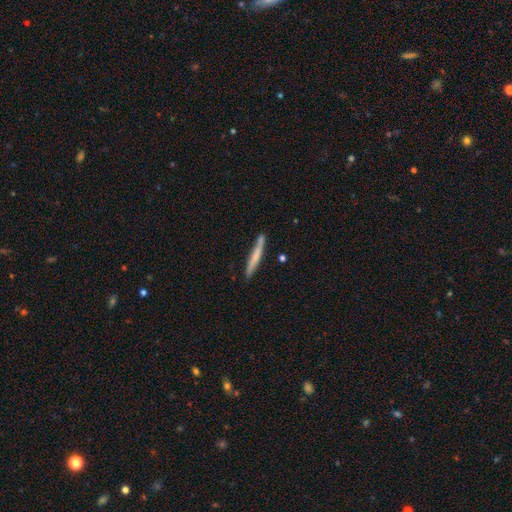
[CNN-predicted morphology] This appears to be a smooth galaxy with no disk features (58%) that is cigar-shaped (96%). Merging: none (82%).